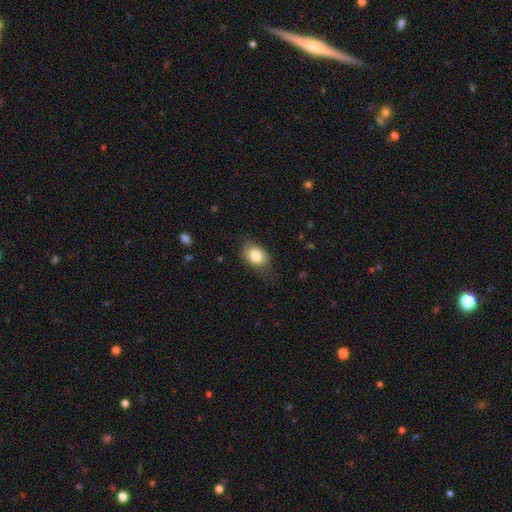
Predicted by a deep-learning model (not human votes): Smooth or featured? smooth (83%)
How rounded? in between (74%)
Merging? none (71%)